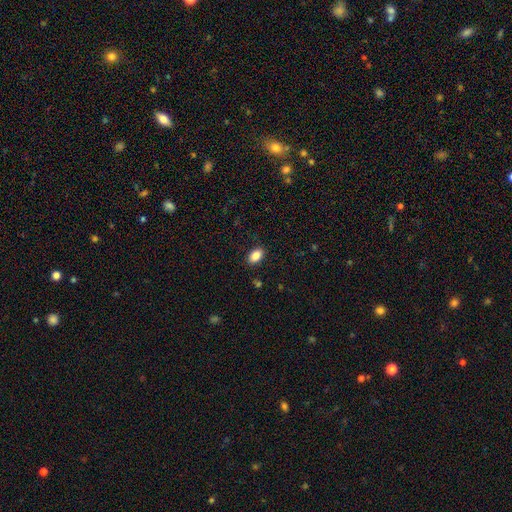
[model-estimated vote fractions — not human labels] Overall: smooth (87%). How rounded: in between (90%). Merging: none (88%).